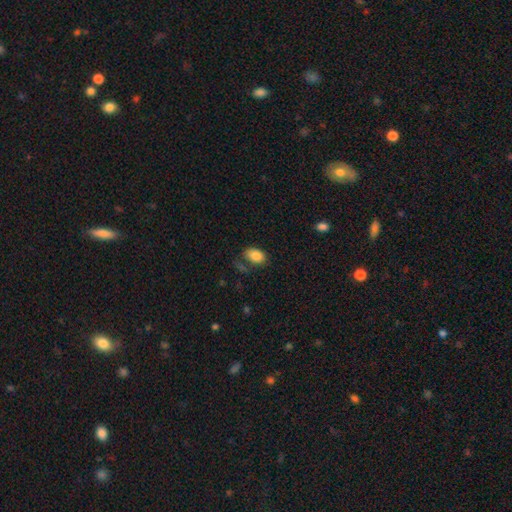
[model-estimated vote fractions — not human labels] smooth 85%, star or artifact 8%, featured or disk 6%. Down the decision tree: how rounded — in between (88%); merging — none (67%).